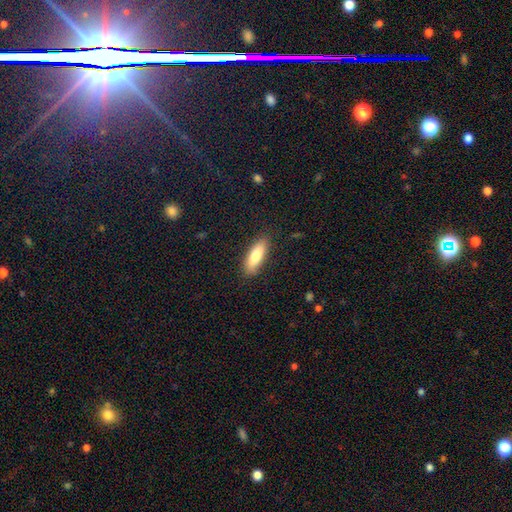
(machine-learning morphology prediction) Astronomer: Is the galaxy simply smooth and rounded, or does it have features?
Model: smooth — 80%.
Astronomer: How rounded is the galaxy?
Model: in between — 53% (runner-up: cigar-shaped, 45%).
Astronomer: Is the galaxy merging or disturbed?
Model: none — 85%.